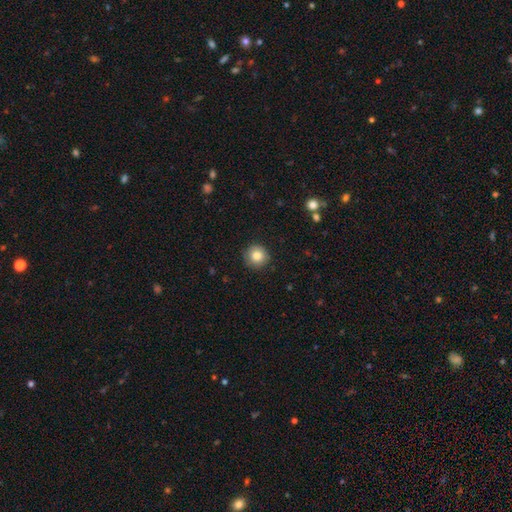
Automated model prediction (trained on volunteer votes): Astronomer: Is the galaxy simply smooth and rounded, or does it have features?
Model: smooth — 84%.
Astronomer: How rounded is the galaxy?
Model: round — 95%.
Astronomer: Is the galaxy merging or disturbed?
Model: none — 90%.